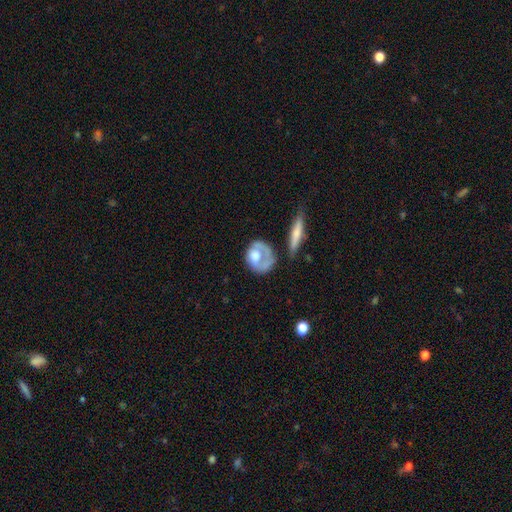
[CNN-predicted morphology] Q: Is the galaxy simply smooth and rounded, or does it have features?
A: smooth — 50%.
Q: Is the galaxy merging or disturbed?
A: none — 39%.